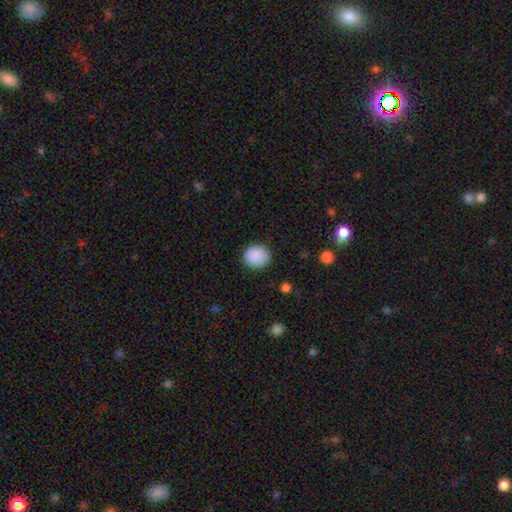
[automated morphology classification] smooth-or-featured: smooth: 89% | star or artifact: 8% | featured or disk: 4%
  how-rounded: round: 81% | in between: 18% | cigar-shaped: 1%
  merging: none: 86% | minor disturbance: 10% | major disturbance: 3% | merger: 1%